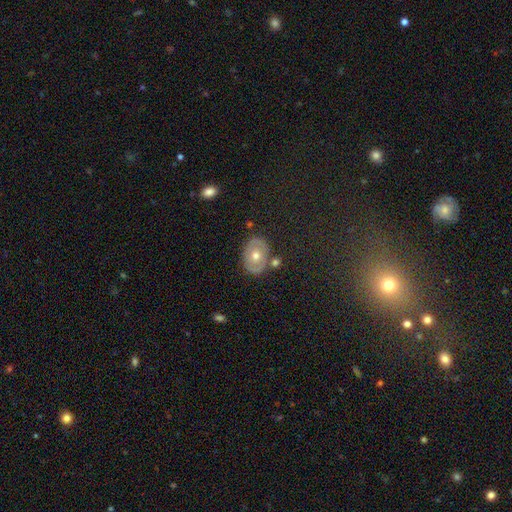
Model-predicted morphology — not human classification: Smooth or featured?
  - featured or disk: 48% *
  - smooth: 41%
  - star or artifact: 11%
Merging?
  - none: 78% *
  - minor disturbance: 13%
  - merger: 5%
  - major disturbance: 4%